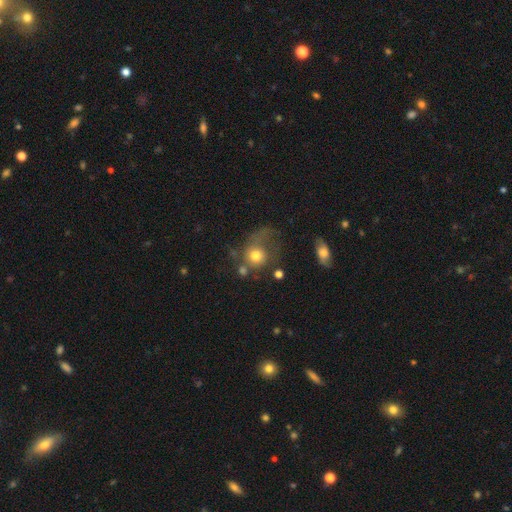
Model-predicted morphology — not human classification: Smooth or featured? Predicted: smooth (p=0.64). How rounded? Predicted: round (p=0.76). Merging? Predicted: major disturbance (p=0.43).